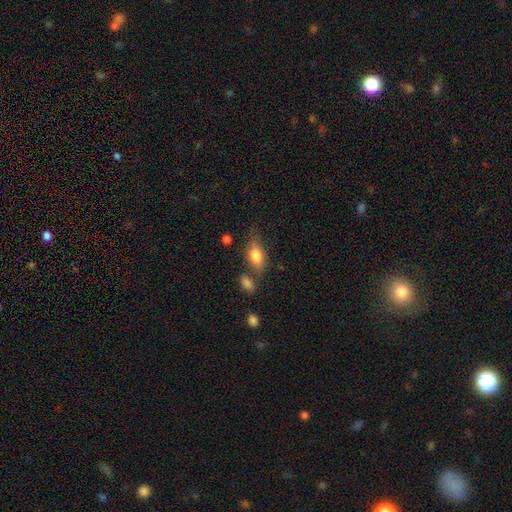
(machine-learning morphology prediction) smooth_or_featured: smooth (p=0.79) [alt: featured or disk p=0.13]
how_rounded: in between (p=0.84) [alt: cigar-shaped p=0.09]
merging: none (p=0.60) [alt: minor disturbance p=0.20]